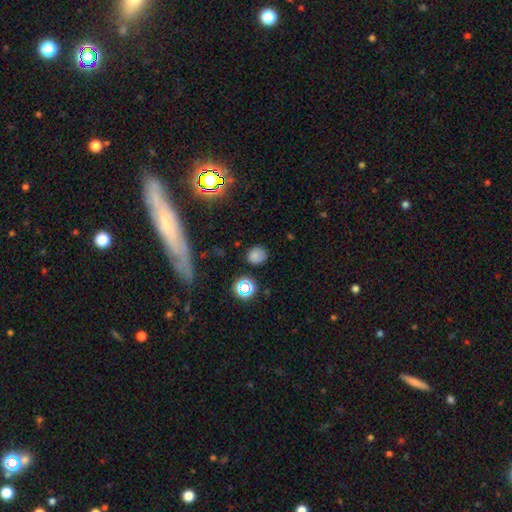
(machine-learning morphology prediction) This appears to be a smooth galaxy with no disk features (73%) that is round (79%). Merging: none (80%).